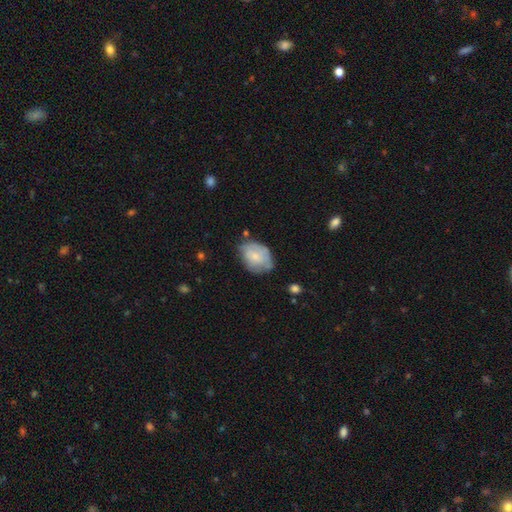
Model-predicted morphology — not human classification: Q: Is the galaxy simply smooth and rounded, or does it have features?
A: smooth — 59%.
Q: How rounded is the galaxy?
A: in between — 67%.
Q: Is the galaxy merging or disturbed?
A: none — 48%.